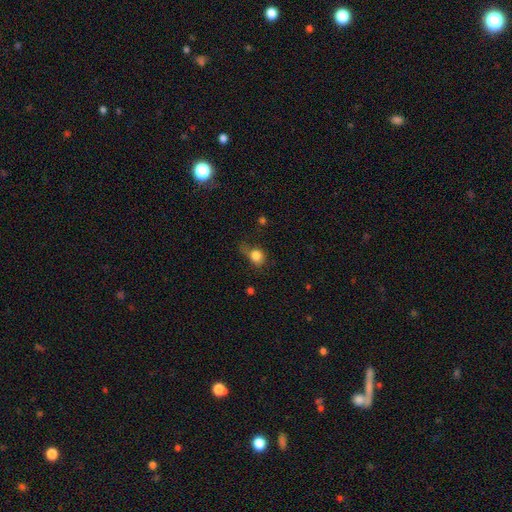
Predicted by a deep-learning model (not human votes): The model was most divided on "merging": none: 38%, minor disturbance: 31%, major disturbance: 27%, merger: 4%. More confident: smooth or featured — smooth (81%); how rounded — round (67%).